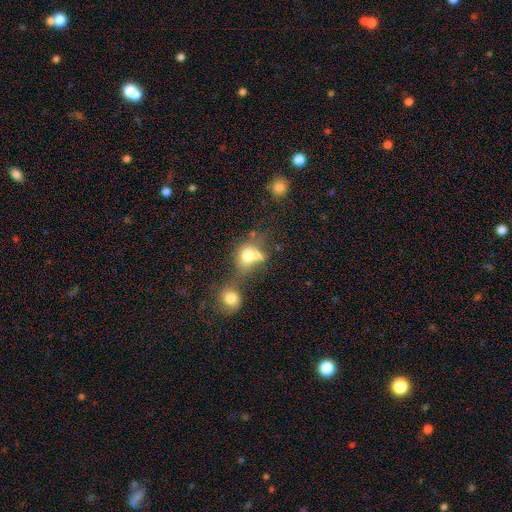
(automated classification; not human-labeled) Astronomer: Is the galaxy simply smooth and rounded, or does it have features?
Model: smooth — 70%.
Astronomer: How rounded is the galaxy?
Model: in between — 49%, tied with round at 49%.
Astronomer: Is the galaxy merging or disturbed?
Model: merger — 61%.